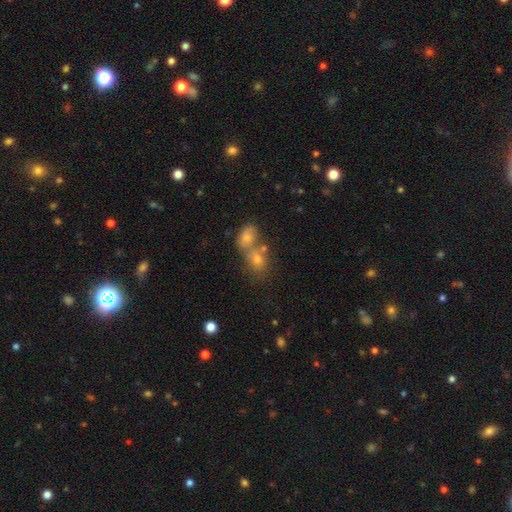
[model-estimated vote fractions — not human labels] Smooth or featured? smooth (57%)
How rounded? round (56%)
Merging? merger (49%)